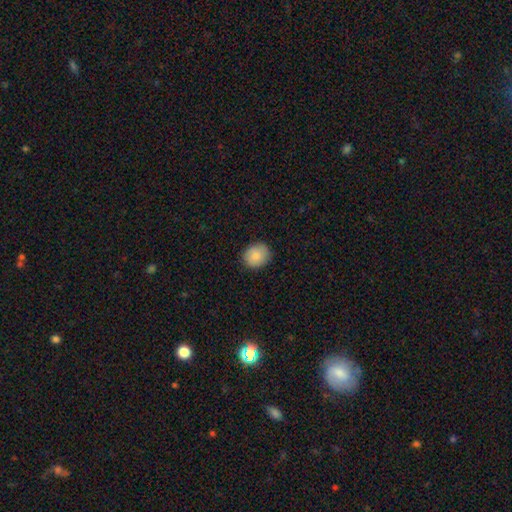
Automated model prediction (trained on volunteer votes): smooth_or_featured: smooth (p=0.86) [alt: star or artifact p=0.07]
how_rounded: round (p=0.69) [alt: in between p=0.30]
merging: none (p=0.86) [alt: minor disturbance p=0.11]